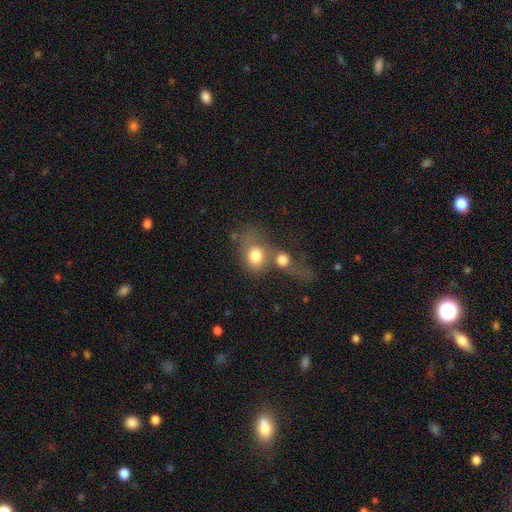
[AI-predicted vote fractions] smooth_or_featured: smooth (p=0.77) [alt: featured or disk p=0.13]
how_rounded: round (p=0.52) [alt: in between p=0.46]
merging: merger (p=0.54) [alt: none p=0.24]